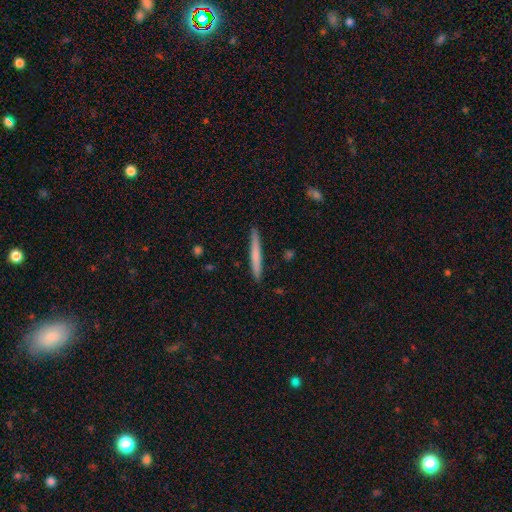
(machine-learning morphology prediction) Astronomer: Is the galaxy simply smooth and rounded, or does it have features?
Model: smooth — 65%.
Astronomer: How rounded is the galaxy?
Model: cigar-shaped — 97%.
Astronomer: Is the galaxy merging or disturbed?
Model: none — 90%.